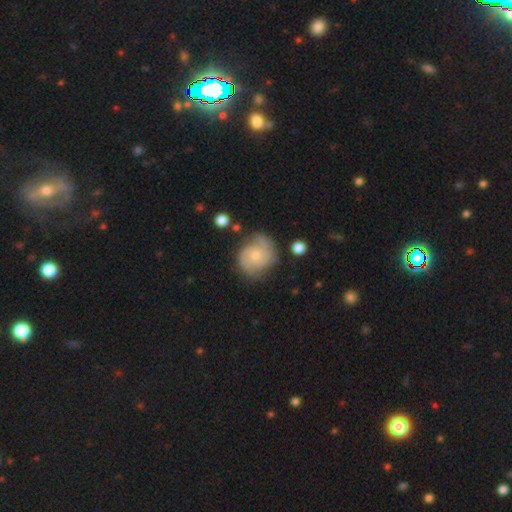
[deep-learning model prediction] Smooth or featured: featured or disk — 70% (smooth — 23%)
Edge-on disk: no — 98% (yes — 2%)
Bar: no — 74% (weak — 23%)
Spiral arms: yes — 92% (no — 8%)
Spiral winding: tight — 46% (medium — 40%)
Spiral arm count: 2 — 67% (can't tell — 15%)
Bulge size: small — 55% (moderate — 40%)
Merging: none — 69% (minor disturbance — 21%)